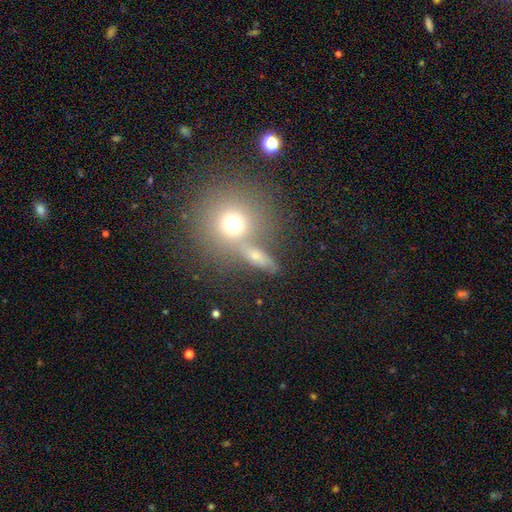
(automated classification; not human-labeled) Overall: smooth (58%; featured or disk 23%). How rounded: round (47%; in between 38%). Merging: none (52%; merger 29%).